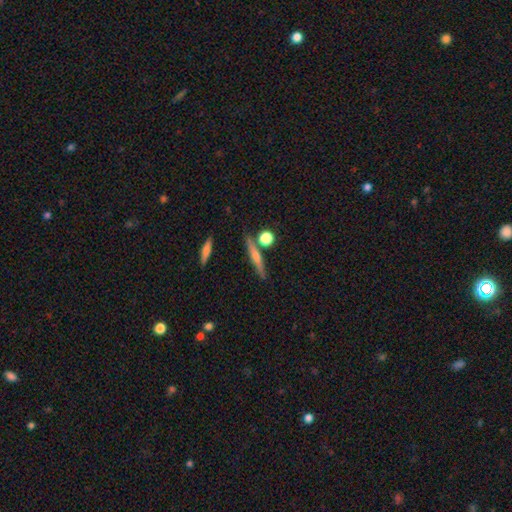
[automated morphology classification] featured or disk 58%, smooth 30%, star or artifact 12%. Down the decision tree: edge-on disk — yes (95%); edge-on bulge — rounded (75%); merging — none (83%).